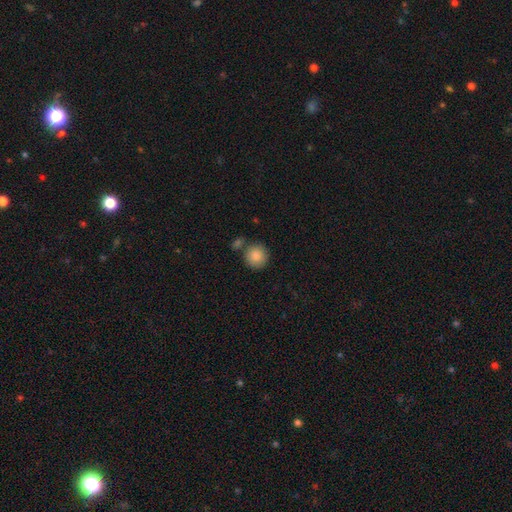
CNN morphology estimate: This is clearly a smooth galaxy (88%). How rounded: clearly round (92%). Merging: likely none (74%).